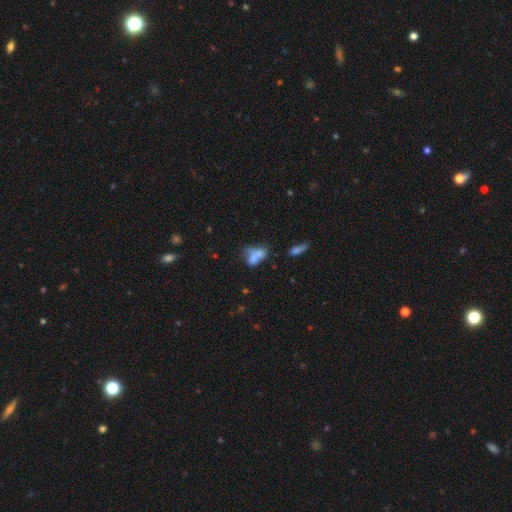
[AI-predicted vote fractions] Smooth or featured: smooth — 65% (featured or disk — 23%)
How rounded: in between — 78% (round — 12%)
Merging: merger — 49% (none — 23%)